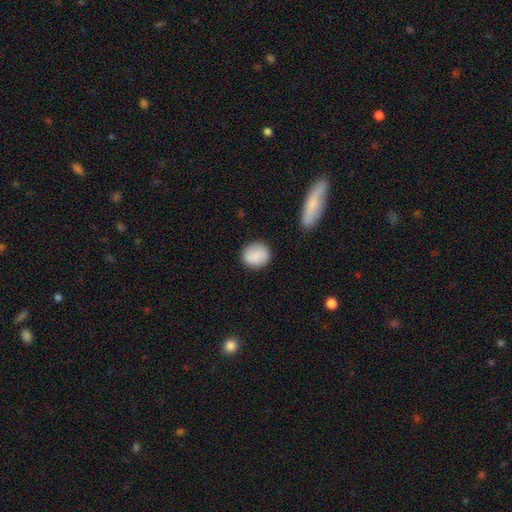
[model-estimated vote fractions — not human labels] A smooth galaxy with no disk features (84%) that is round (84%).

Vote fractions:
- Smooth or featured? smooth: 84% / featured or disk: 9% / star or artifact: 7%
- How rounded? round: 84% / in between: 15% / cigar-shaped: 1%
- Merging? none: 86% / minor disturbance: 10% / major disturbance: 3% / merger: 2%